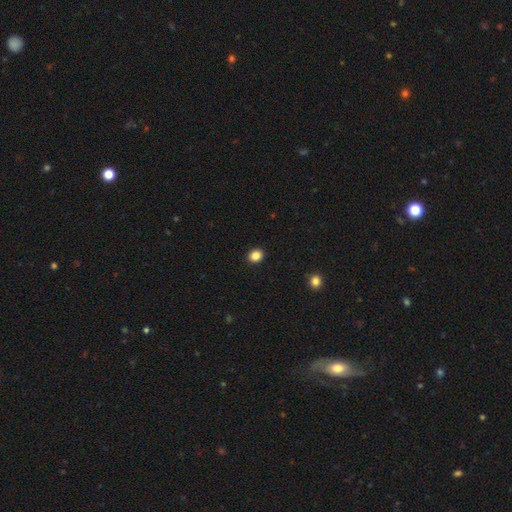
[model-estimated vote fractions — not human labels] A smooth galaxy with no disk features (85%) that is round (67%). Merging: none (93%).